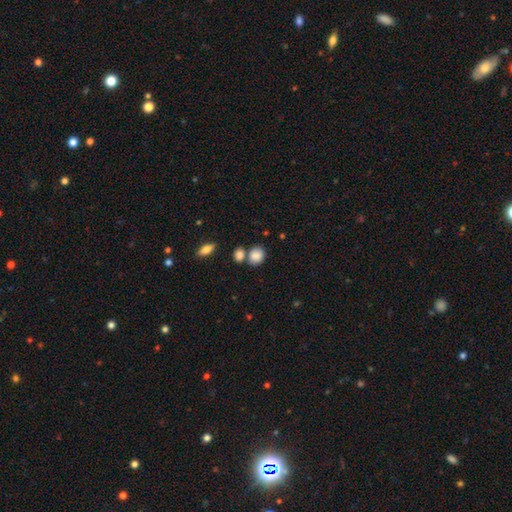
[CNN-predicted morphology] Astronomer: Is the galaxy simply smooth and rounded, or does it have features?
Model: smooth — 86%.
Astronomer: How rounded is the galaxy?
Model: round — 55% (runner-up: in between, 43%).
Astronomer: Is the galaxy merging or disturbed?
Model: none — 60%.